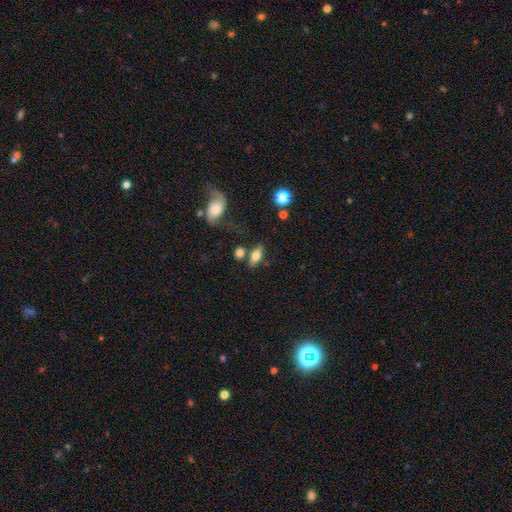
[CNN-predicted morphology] smooth-or-featured: smooth: 66% | featured or disk: 26% | star or artifact: 8%
  how-rounded: in between: 80% | cigar-shaped: 14% | round: 6%
  merging: none: 69% | minor disturbance: 15% | merger: 10% | major disturbance: 5%